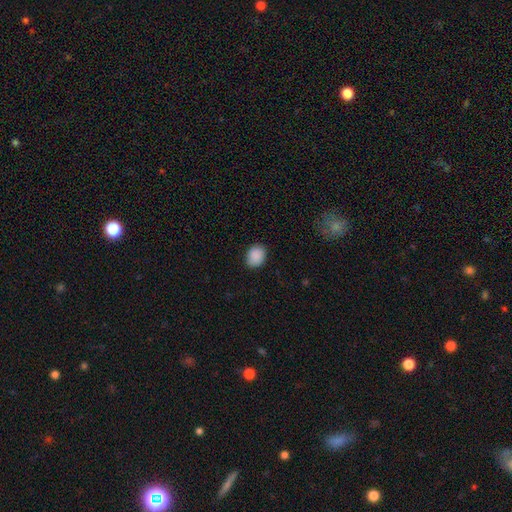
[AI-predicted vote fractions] Smooth or featured? smooth (90%)
How rounded? in between (50%)
Merging? none (86%)